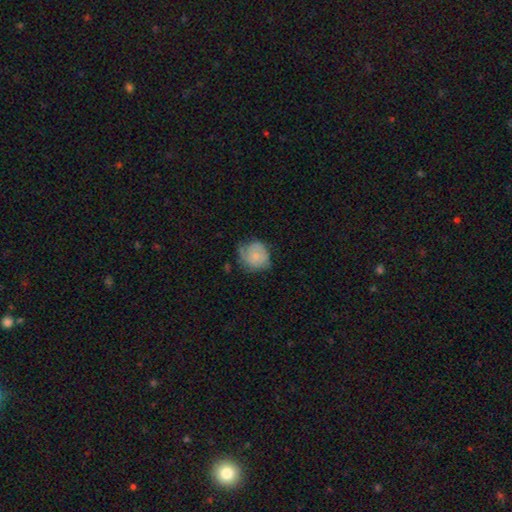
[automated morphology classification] This is likely a smooth galaxy (64%). How rounded: clearly round (80%). Merging: possibly none (50%).